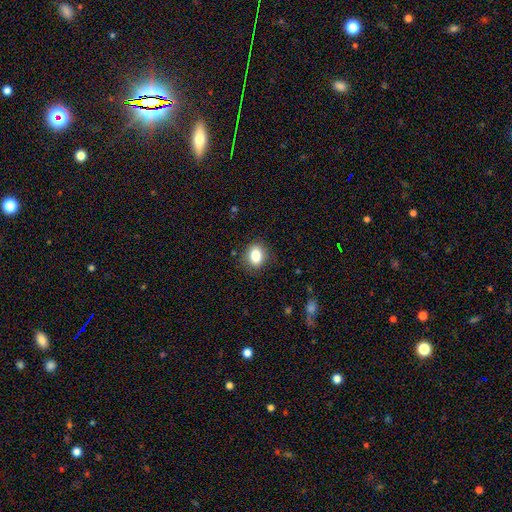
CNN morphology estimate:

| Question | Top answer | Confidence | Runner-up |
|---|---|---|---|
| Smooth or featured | smooth | 84% | star or artifact (9%) |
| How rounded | in between | 61% | round (38%) |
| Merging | none | 85% | minor disturbance (11%) |